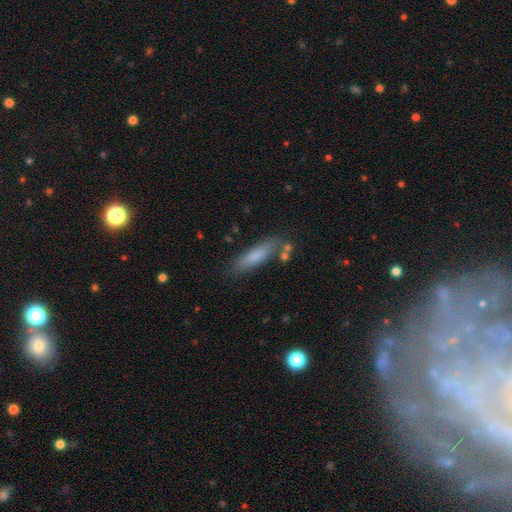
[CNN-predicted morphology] The model was most divided on "how rounded": cigar-shaped: 70%, in between: 29%, round: 2%. More confident: merging — none (77%); smooth or featured — smooth (76%).